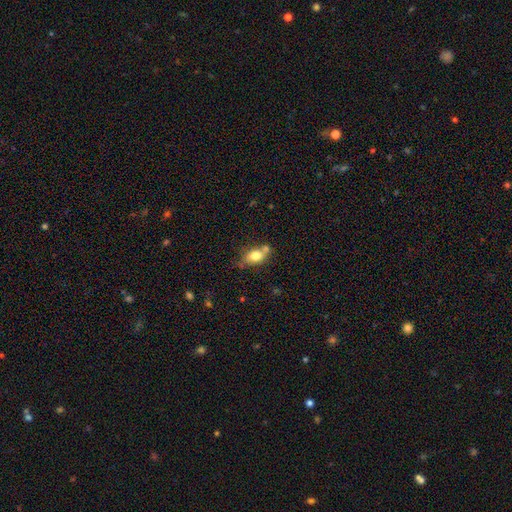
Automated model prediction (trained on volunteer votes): A smooth galaxy with no disk features (74%) that is in between round and cigar-shaped (75%). Merging: none (48%).